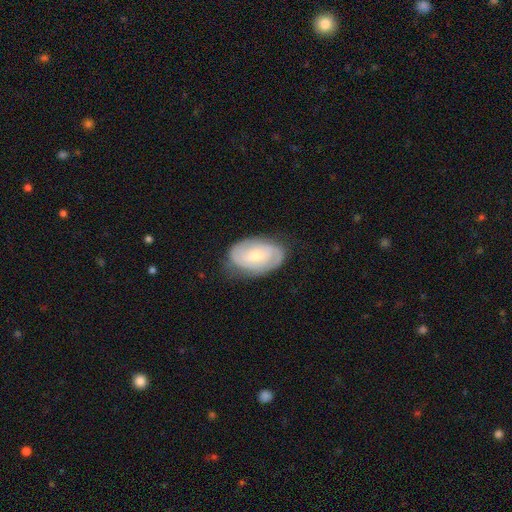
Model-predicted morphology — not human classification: type=featured or disk (68%); edge-on=no (96%); bar=no (51%); spiral arms=yes (89%); winding=tight (50%); arm count=2 (64%); bulge=small (51%); merging=none (74%).